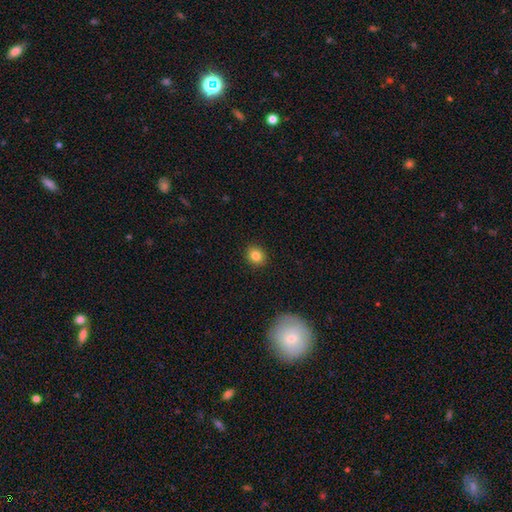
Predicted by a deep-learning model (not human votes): A smooth galaxy with no disk features (83%) that is round (76%).

Vote fractions:
- Smooth or featured? smooth: 83% / star or artifact: 11% / featured or disk: 6%
- How rounded? round: 76% / in between: 23% / cigar-shaped: 1%
- Merging? none: 91% / minor disturbance: 6% / major disturbance: 2% / merger: 1%